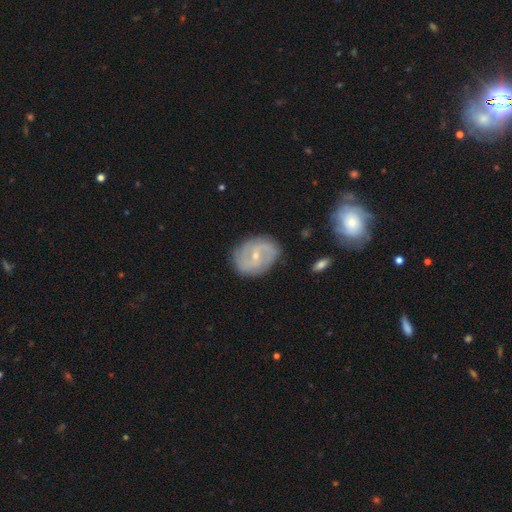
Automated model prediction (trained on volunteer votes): The model was most divided on "spiral winding": medium: 43%, tight: 35%, loose: 22%. Remaining: edge-on disk — no (97%); spiral arms — yes (90%); merging — none (79%); smooth or featured — featured or disk (79%); bulge size — small (71%); spiral arm count — 2 (67%); bar — weak (48%).